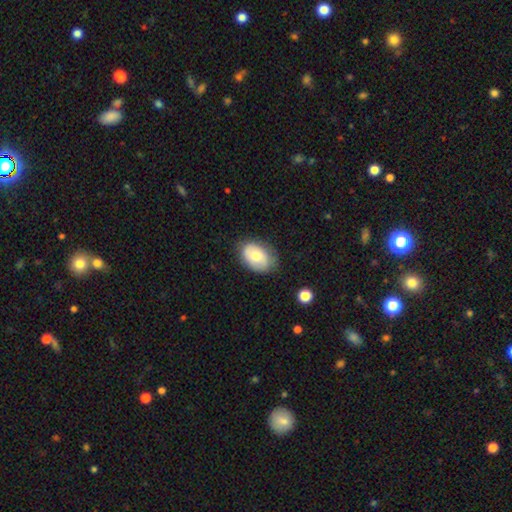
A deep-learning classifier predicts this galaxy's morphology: The model was most divided on "smooth or featured": smooth: 66%, featured or disk: 27%, star or artifact: 7%. More confident: how rounded — in between (83%); merging — none (72%).